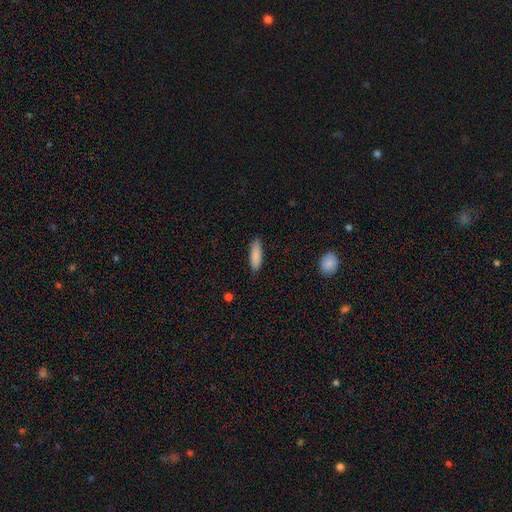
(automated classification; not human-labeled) Morphology: type=smooth (87%); roundness=cigar-shaped (58%); merging=none (84%).